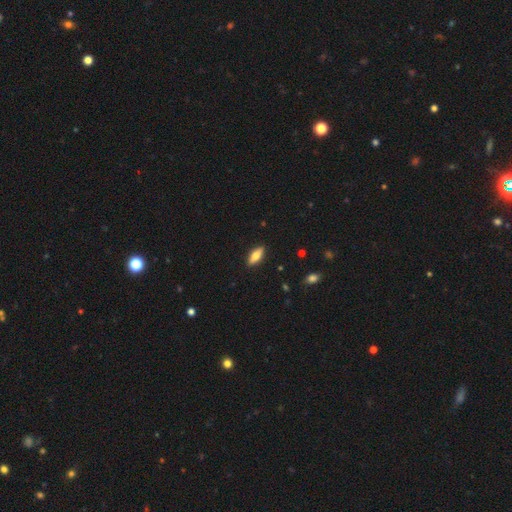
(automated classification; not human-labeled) A smooth galaxy with no disk features (65%) that is in between round and cigar-shaped (67%). Merging: none (89%).